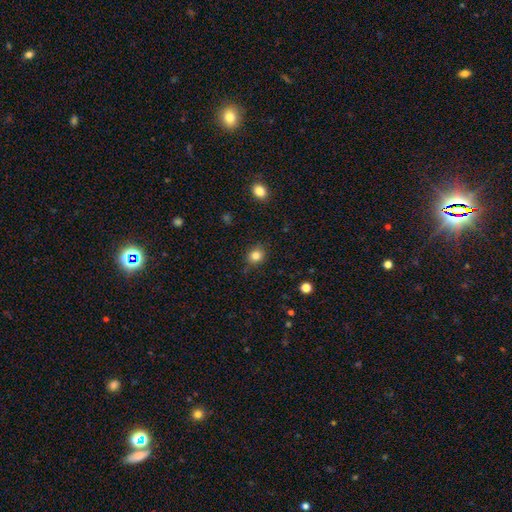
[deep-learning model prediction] Smooth or featured: smooth — 83% (star or artifact — 12%)
How rounded: round — 71% (in between — 28%)
Merging: none — 84% (minor disturbance — 12%)